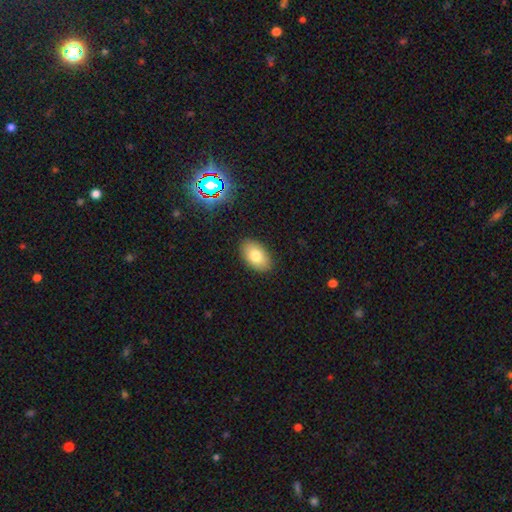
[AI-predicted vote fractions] Overall: smooth (78%). How rounded: in between (92%). Merging: none (88%).